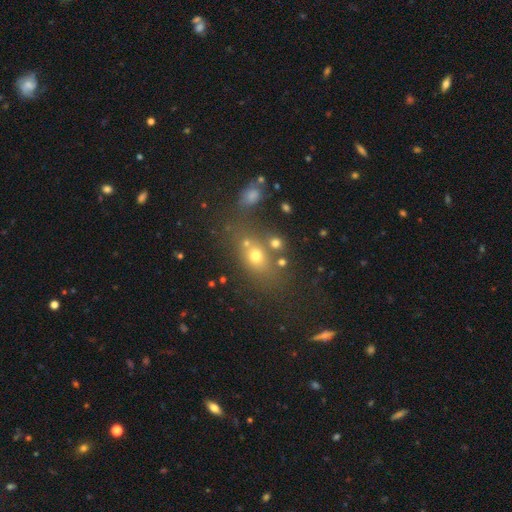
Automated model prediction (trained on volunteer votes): The model was most divided on "how rounded": in between: 55%, round: 40%, cigar-shaped: 5%. More confident: smooth or featured — smooth (61%); merging — none (55%).